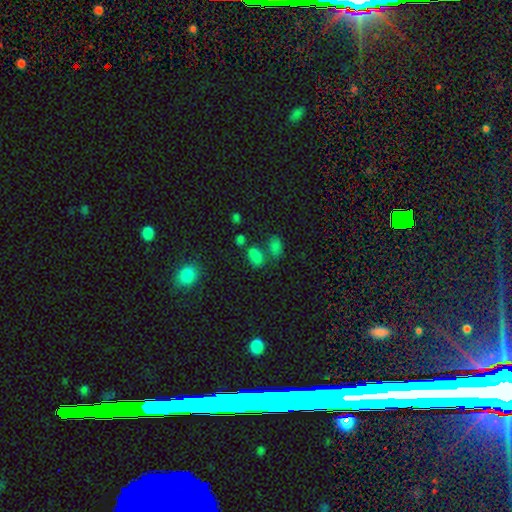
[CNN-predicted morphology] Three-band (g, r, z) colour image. It shows a smooth galaxy with no disk features (71%) that is in between round and cigar-shaped (82%). Merging: none (49%).